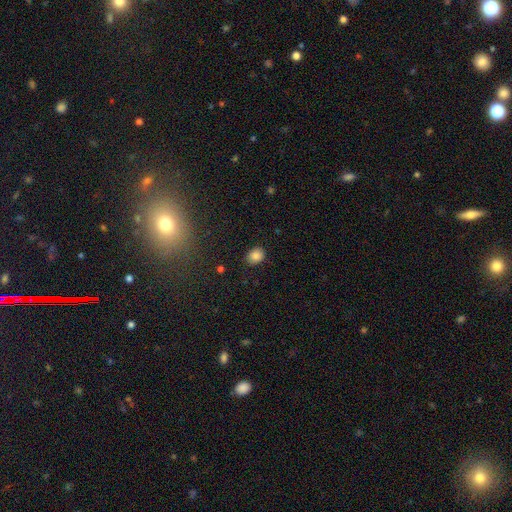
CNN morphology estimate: Smooth or featured? Predicted: smooth (p=0.83). How rounded? Predicted: in between (p=0.50). Merging? Predicted: none (p=0.88).